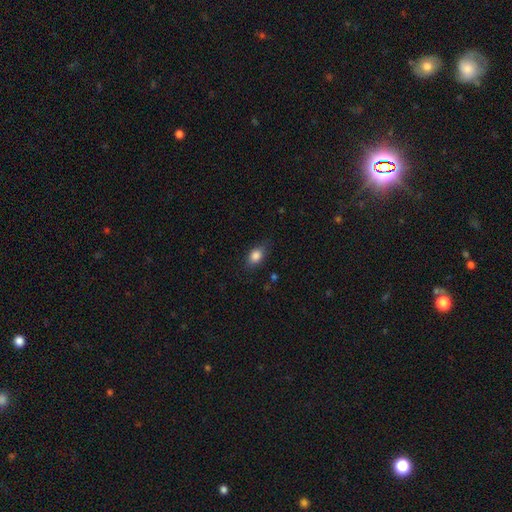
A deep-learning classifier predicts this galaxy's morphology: A smooth galaxy with no disk features (84%) that is in between round and cigar-shaped (80%).

Vote fractions:
- Smooth or featured? smooth: 84% / star or artifact: 8% / featured or disk: 8%
- How rounded? in between: 80% / round: 16% / cigar-shaped: 3%
- Merging? none: 78% / minor disturbance: 17% / major disturbance: 4% / merger: 1%